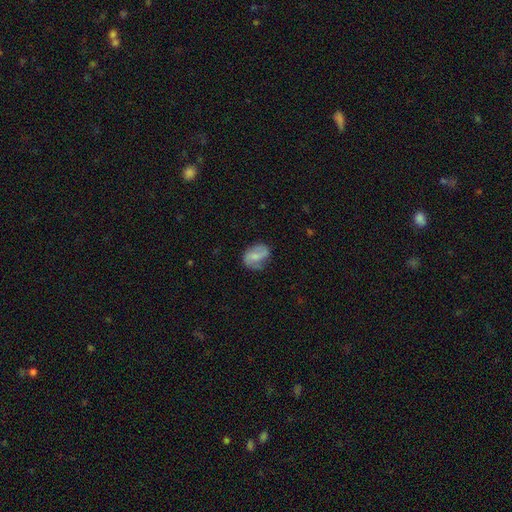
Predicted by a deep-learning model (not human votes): smooth_or_featured: featured or disk (p=0.49) [alt: smooth p=0.43]
merging: none (p=0.59) [alt: minor disturbance p=0.27]